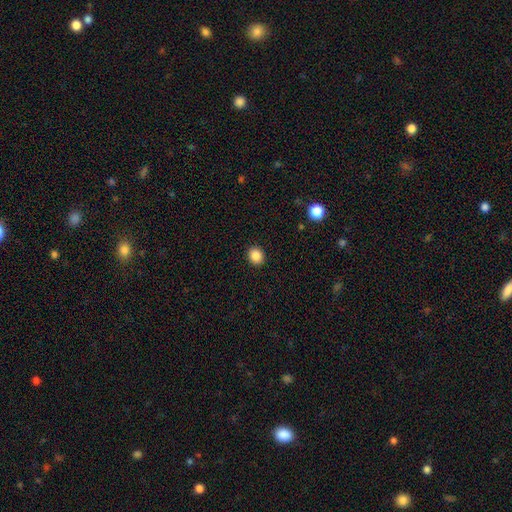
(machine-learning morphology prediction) A smooth galaxy with no disk features (87%) that is round (73%).

Vote fractions:
- Smooth or featured? smooth: 87% / star or artifact: 10% / featured or disk: 4%
- How rounded? round: 73% / in between: 27% / cigar-shaped: 1%
- Merging? none: 92% / minor disturbance: 5% / major disturbance: 2% / merger: 1%